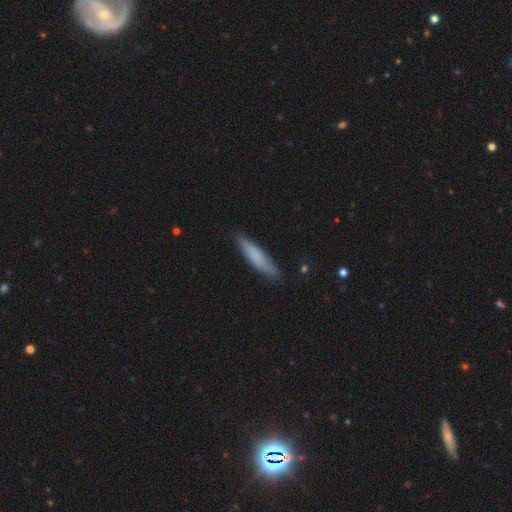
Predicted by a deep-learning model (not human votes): Overall: smooth (74%). How rounded: cigar-shaped (84%). Merging: none (84%).